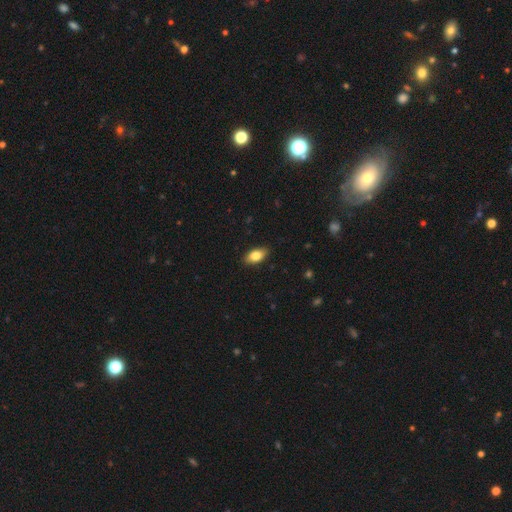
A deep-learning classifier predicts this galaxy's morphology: smooth-or-featured: smooth: 82% | featured or disk: 12% | star or artifact: 7%
  how-rounded: in between: 91% | cigar-shaped: 5% | round: 4%
  merging: none: 88% | minor disturbance: 9% | major disturbance: 2% | merger: 1%